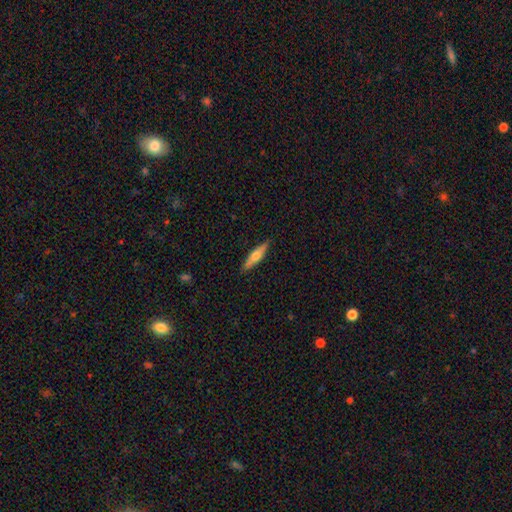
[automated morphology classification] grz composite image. It shows a smooth galaxy with no disk features (51%) that is cigar-shaped (75%). Merging: none (89%).